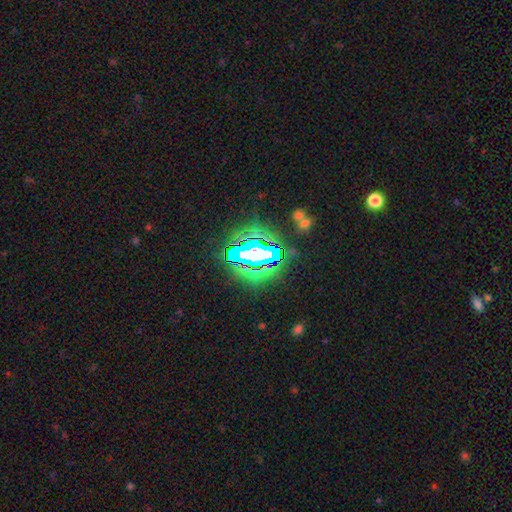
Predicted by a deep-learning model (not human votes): smooth_or_featured: star or artifact (p=0.72) [alt: smooth p=0.15]